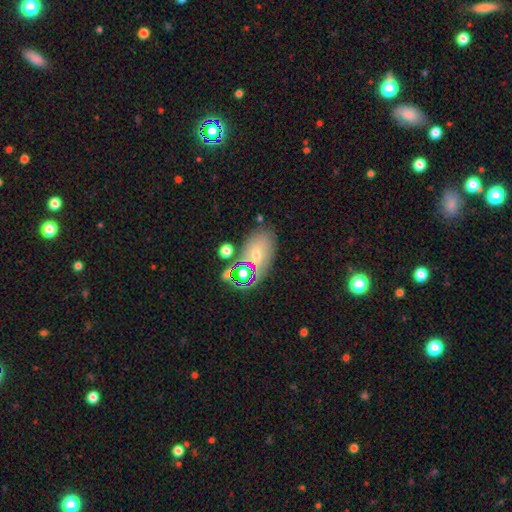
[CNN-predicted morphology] Smooth or featured? Predicted: smooth (p=0.42). Merging? Predicted: none (p=0.62).